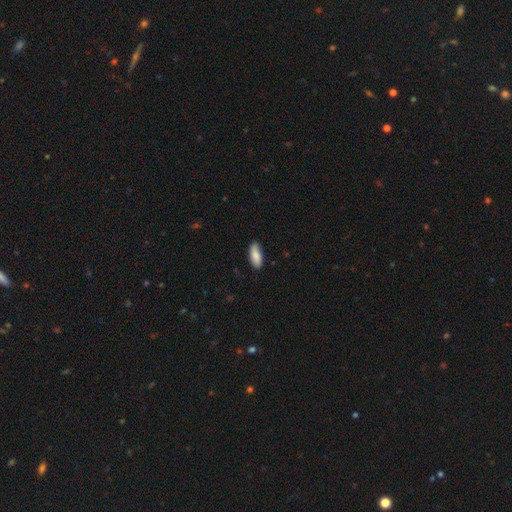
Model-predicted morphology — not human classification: type=smooth (86%); roundness=in between (79%); merging=none (87%).